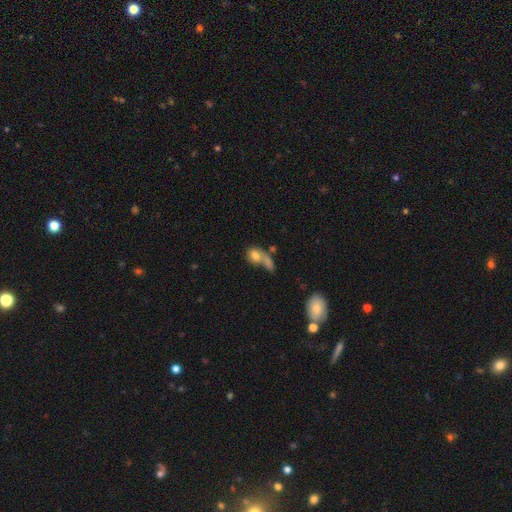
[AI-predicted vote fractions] Smooth or featured? Predicted: smooth (p=0.71). How rounded? Predicted: in between (p=0.54). Merging? Predicted: merger (p=0.44).